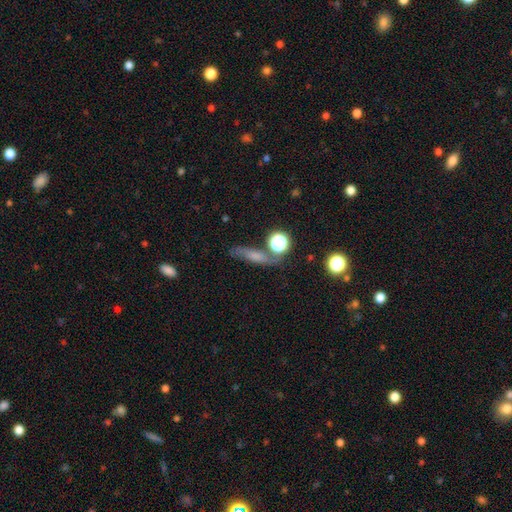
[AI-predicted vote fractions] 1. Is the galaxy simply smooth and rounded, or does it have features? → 55% smooth, 27% featured or disk, 18% star or artifact.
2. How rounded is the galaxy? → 54% cigar-shaped, 27% in between, 19% round.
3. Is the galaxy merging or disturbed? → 64% none, 18% minor disturbance, 10% merger, 8% major disturbance.